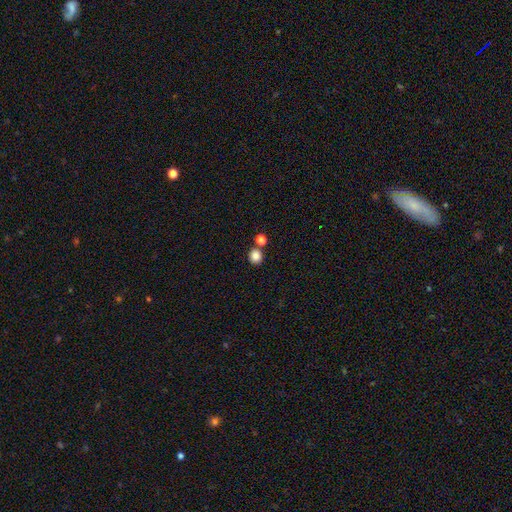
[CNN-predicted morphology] smooth_or_featured: smooth (p=0.85) [alt: star or artifact p=0.11]
how_rounded: round (p=0.88) [alt: in between p=0.11]
merging: none (p=0.72) [alt: merger p=0.18]